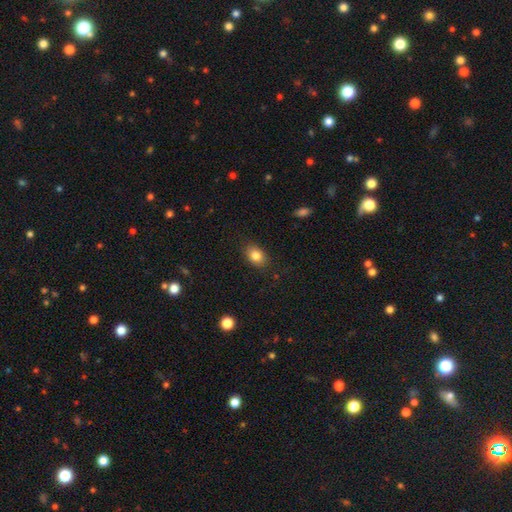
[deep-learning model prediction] Q: Smooth or featured?
A: smooth (83%); runner-up: star or artifact (9%)
Q: How rounded?
A: in between (76%); runner-up: round (22%)
Q: Merging?
A: none (86%); runner-up: minor disturbance (10%)